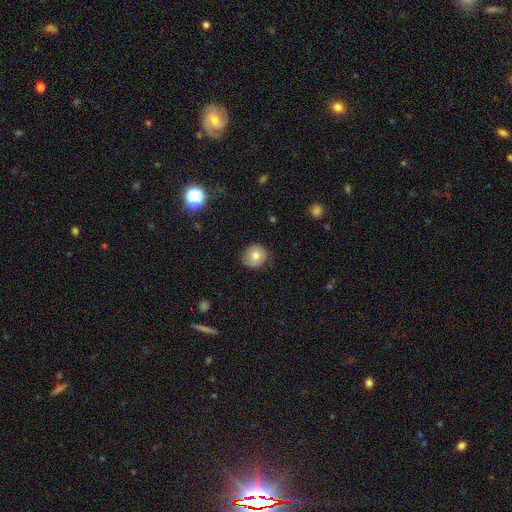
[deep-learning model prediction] A smooth galaxy with no disk features (71%) that is round (85%).

Vote fractions:
- Smooth or featured? smooth: 71% / featured or disk: 20% / star or artifact: 9%
- How rounded? round: 85% / in between: 14% / cigar-shaped: 1%
- Merging? none: 82% / minor disturbance: 14% / major disturbance: 3% / merger: 1%